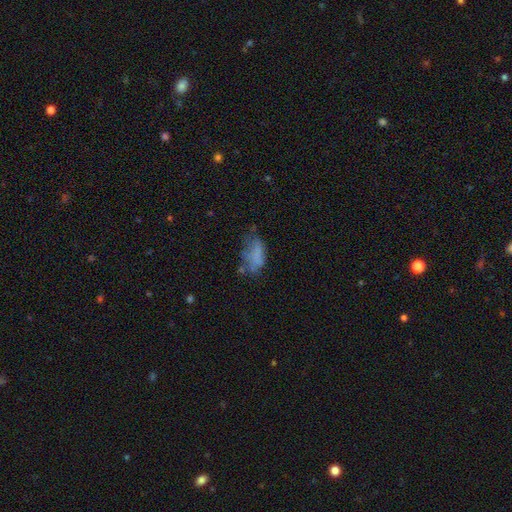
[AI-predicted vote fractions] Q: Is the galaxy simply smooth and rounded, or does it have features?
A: smooth — 60%.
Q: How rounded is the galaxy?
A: in between — 88%.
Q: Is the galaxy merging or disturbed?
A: none — 37%.